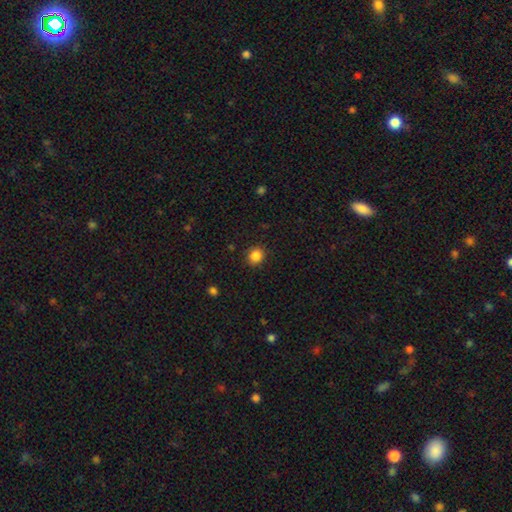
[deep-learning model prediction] Smooth or featured? smooth (86%)
How rounded? round (80%)
Merging? none (90%)